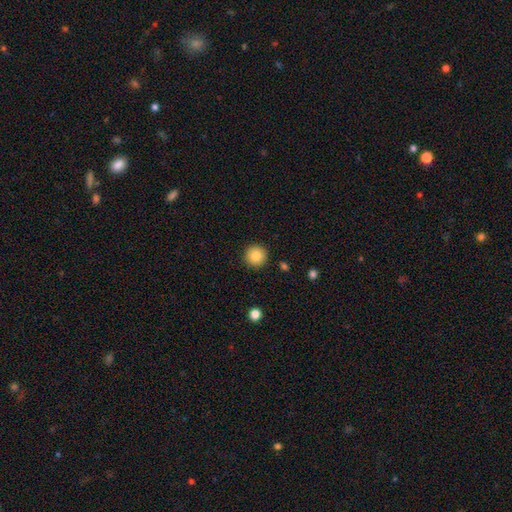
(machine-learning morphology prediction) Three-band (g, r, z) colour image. It shows a smooth galaxy with no disk features (85%) that is round (95%). Merging: none (92%).